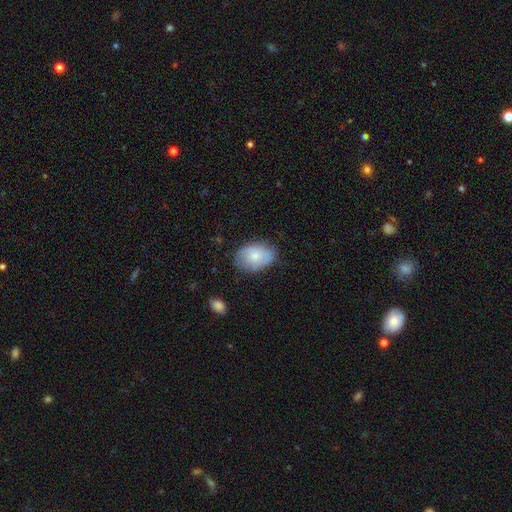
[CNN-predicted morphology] The model was most divided on "smooth or featured": smooth: 67%, featured or disk: 27%, star or artifact: 7%. More confident: how rounded — in between (81%); merging — none (71%).